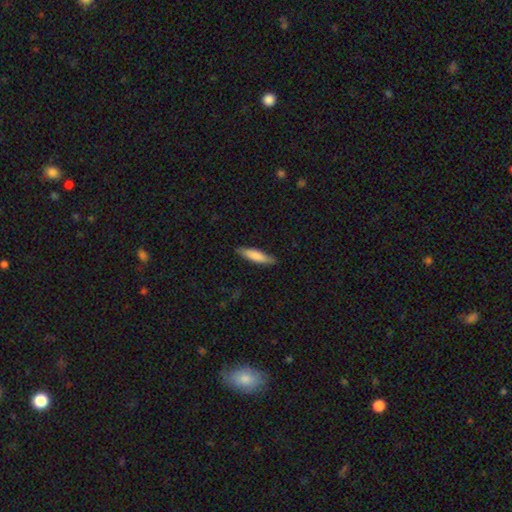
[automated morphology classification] The model was most divided on "how rounded": cigar-shaped: 74%, in between: 25%, round: 1%. More confident: merging — none (84%); smooth or featured — smooth (80%).